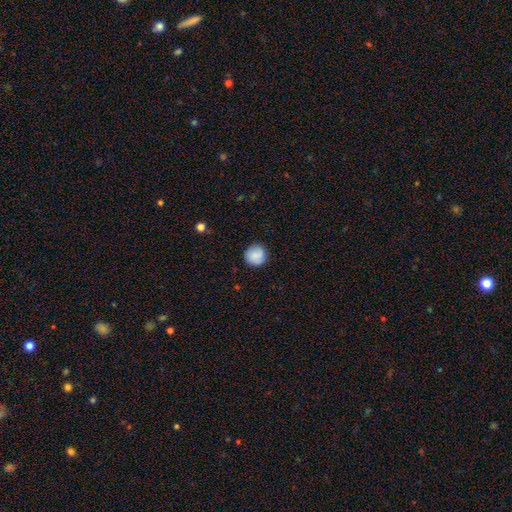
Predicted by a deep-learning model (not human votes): smooth 85%, star or artifact 8%, featured or disk 7%. Down the decision tree: how rounded — round (94%); merging — none (88%).